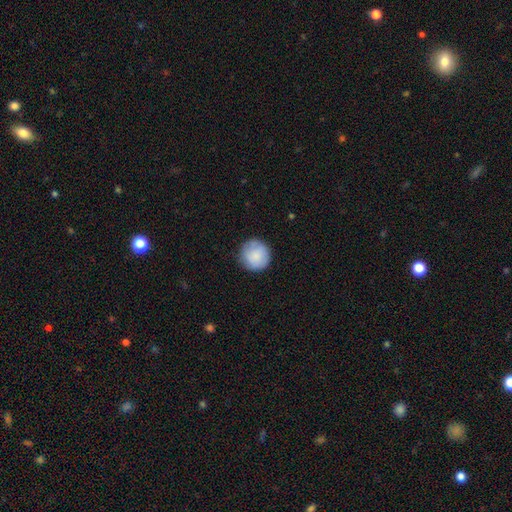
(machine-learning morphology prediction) The model was most divided on "smooth or featured": smooth: 83%, featured or disk: 11%, star or artifact: 6%. More confident: how rounded — round (95%); merging — none (85%).